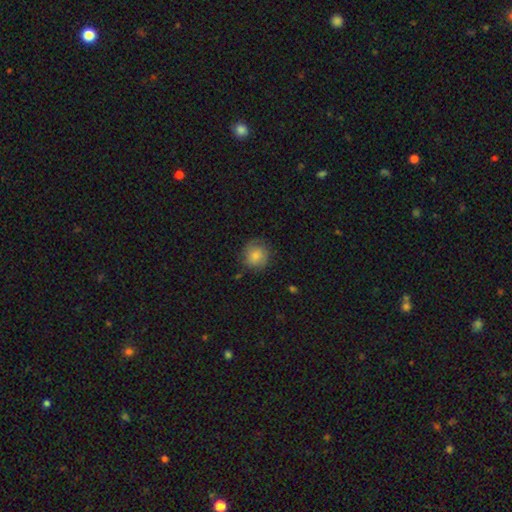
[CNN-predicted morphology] smooth 72%, featured or disk 21%, star or artifact 8%. Down the decision tree: how rounded — round (89%); merging — none (75%).